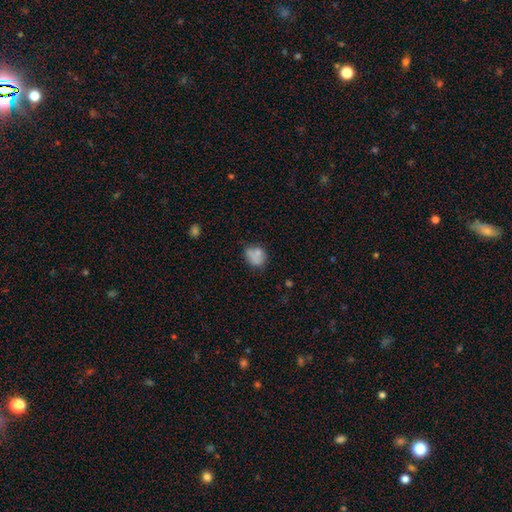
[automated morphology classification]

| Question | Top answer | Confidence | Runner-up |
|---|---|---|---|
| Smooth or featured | smooth | 76% | featured or disk (13%) |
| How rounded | round | 56% | in between (43%) |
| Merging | none | 48% | minor disturbance (27%) |